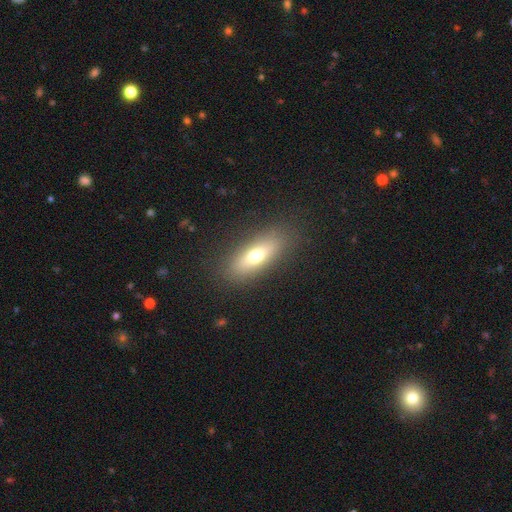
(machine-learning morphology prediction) Overall: smooth (66%). How rounded: in between (60%; cigar-shaped 36%). Merging: none (86%).